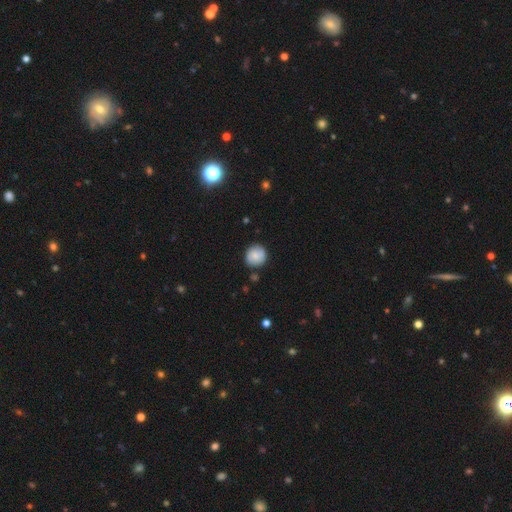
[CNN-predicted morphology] A smooth galaxy with no disk features (78%) that is round (91%).

Vote fractions:
- Smooth or featured? smooth: 78% / featured or disk: 15% / star or artifact: 7%
- How rounded? round: 91% / in between: 8% / cigar-shaped: 1%
- Merging? none: 83% / minor disturbance: 13% / major disturbance: 3% / merger: 2%